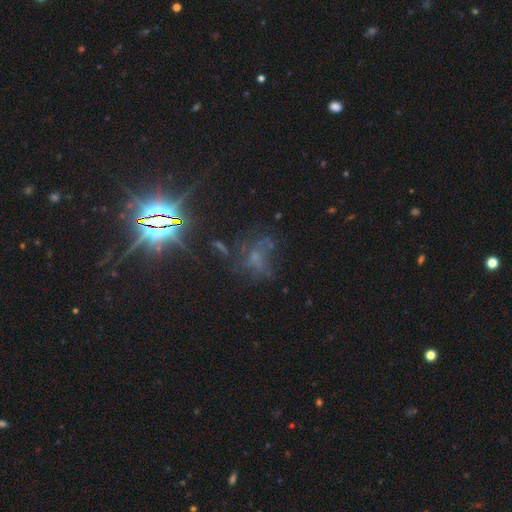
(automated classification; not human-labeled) star or artifact 54%, featured or disk 32%, smooth 14%.